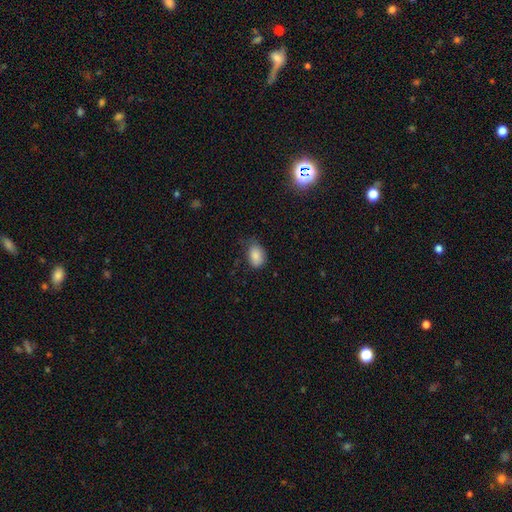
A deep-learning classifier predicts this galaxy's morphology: A smooth galaxy with no disk features (85%) that is in between round and cigar-shaped (84%).

Vote fractions:
- Smooth or featured? smooth: 85% / star or artifact: 9% / featured or disk: 6%
- How rounded? in between: 84% / round: 15% / cigar-shaped: 1%
- Merging? none: 60% / minor disturbance: 31% / major disturbance: 8% / merger: 2%